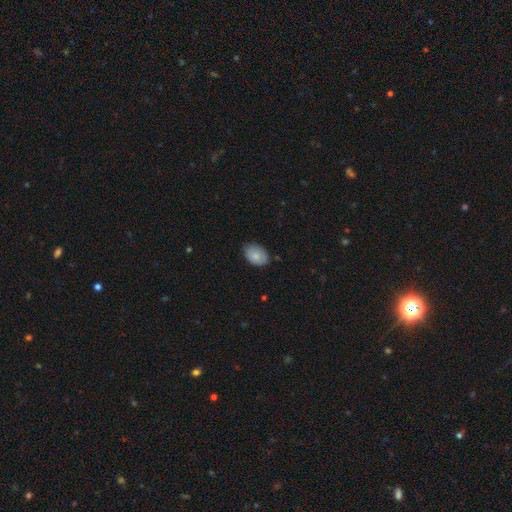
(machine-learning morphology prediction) Smooth or featured? smooth (84%)
How rounded? in between (84%)
Merging? none (77%)